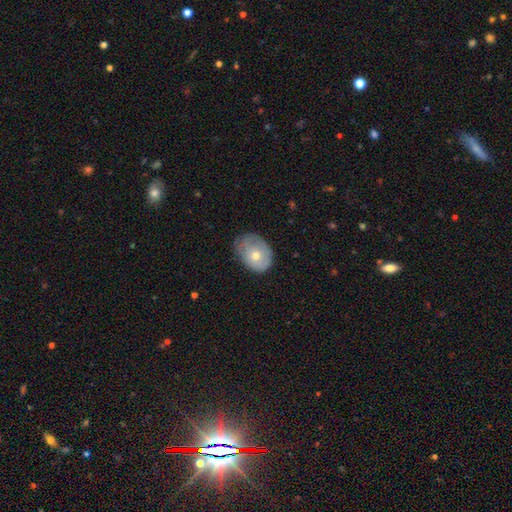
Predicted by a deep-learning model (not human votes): smooth 59%, featured or disk 33%, star or artifact 8%. Down the decision tree: how rounded — in between (63%); merging — none (56%).